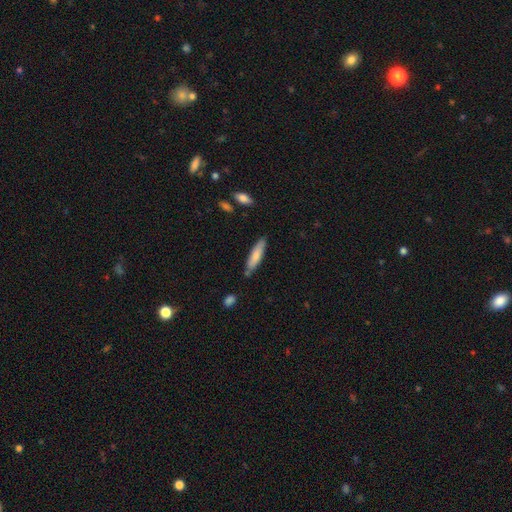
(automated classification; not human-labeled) Q: Smooth or featured?
A: smooth (75%); runner-up: featured or disk (19%)
Q: How rounded?
A: cigar-shaped (77%); runner-up: in between (22%)
Q: Merging?
A: none (77%); runner-up: minor disturbance (16%)